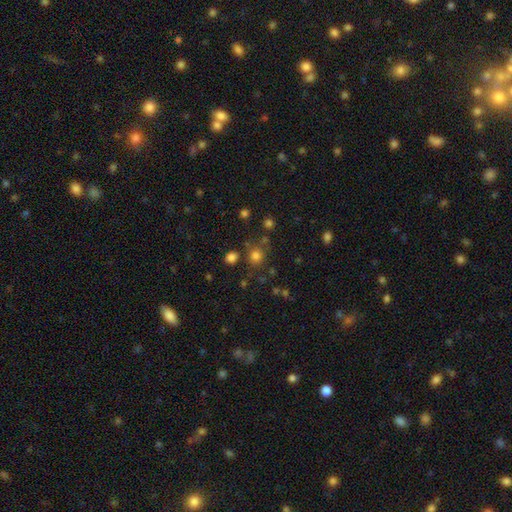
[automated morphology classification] Q: Smooth or featured?
A: smooth (76%); runner-up: star or artifact (18%)
Q: How rounded?
A: round (85%); runner-up: in between (14%)
Q: Merging?
A: none (75%); runner-up: minor disturbance (10%)